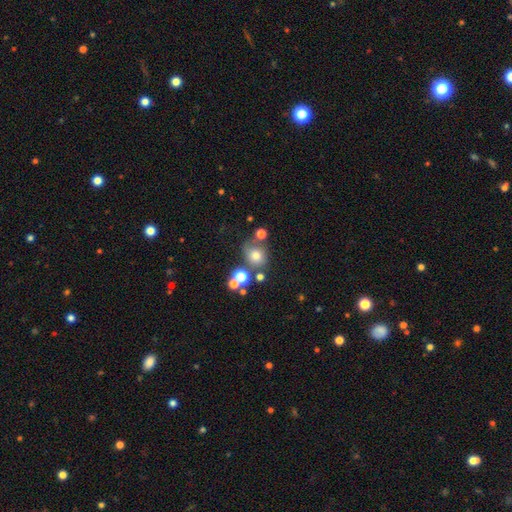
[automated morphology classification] smooth 69%, star or artifact 17%, featured or disk 14%. Down the decision tree: how rounded — round (75%); merging — none (56%).